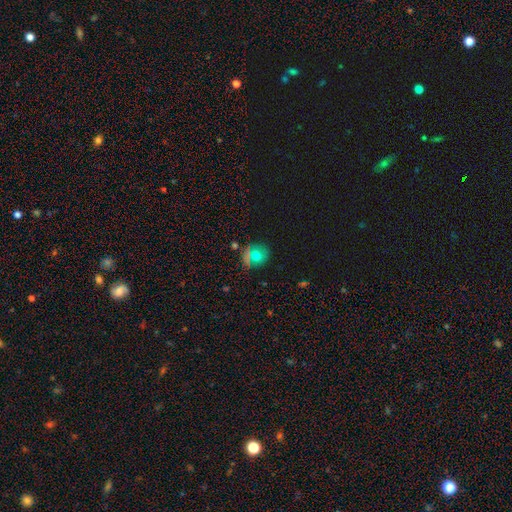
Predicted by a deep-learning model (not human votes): A smooth galaxy with no disk features (64%) that is round (77%). Merging: none (65%).